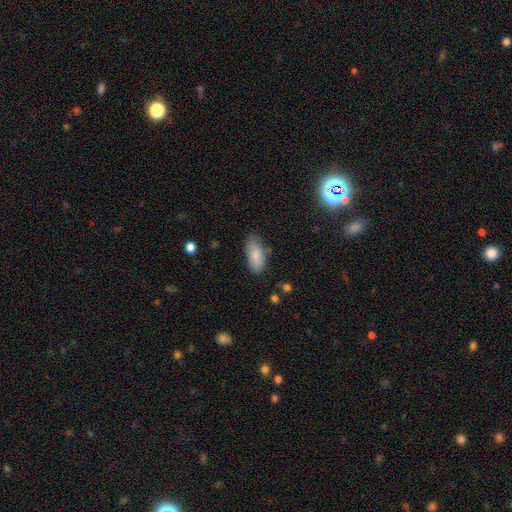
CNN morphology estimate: Overall: smooth (85%). How rounded: in between (88%). Merging: none (69%).